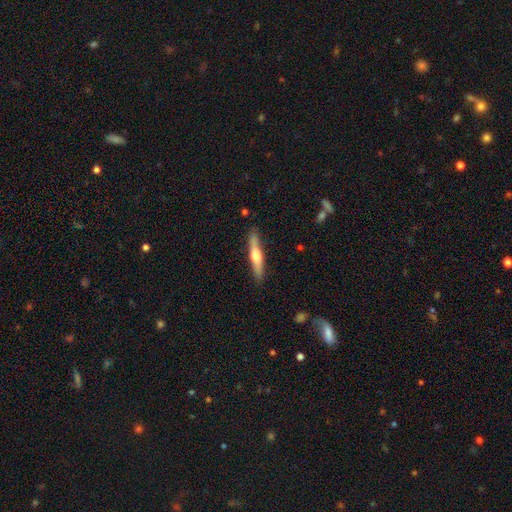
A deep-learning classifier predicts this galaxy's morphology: This is possibly a featured or disk galaxy (48%). Merging: clearly none (87%).